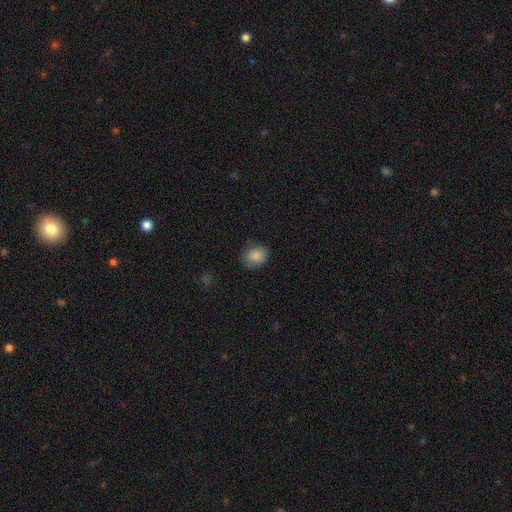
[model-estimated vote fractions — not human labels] Smooth or featured? smooth (87%)
How rounded? round (58%)
Merging? none (78%)